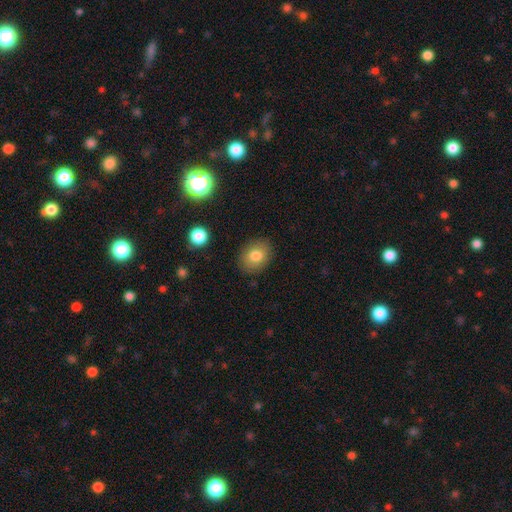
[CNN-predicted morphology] type=smooth (80%); roundness=in between (55%); merging=none (86%).